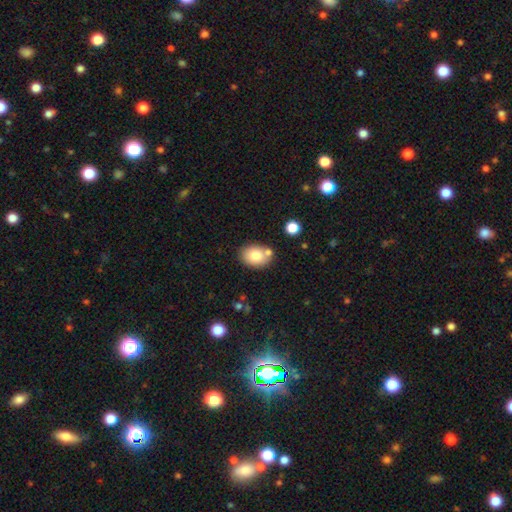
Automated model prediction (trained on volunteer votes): smooth_or_featured: smooth (p=0.79) [alt: featured or disk p=0.13]
how_rounded: in between (p=0.70) [alt: round p=0.29]
merging: none (p=0.68) [alt: merger p=0.16]